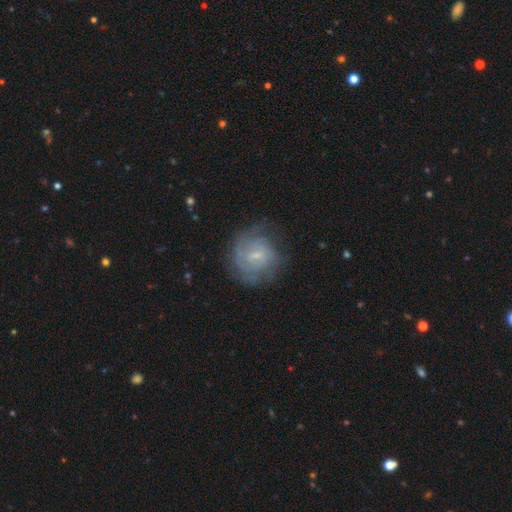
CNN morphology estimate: Smooth or featured? Predicted: featured or disk (p=0.64). Edge-on disk? Predicted: no (p=0.97). Bar? Predicted: weak (p=0.57). Spiral arms? Predicted: yes (p=0.80). Bulge size? Predicted: small (p=0.66). Merging? Predicted: none (p=0.64).